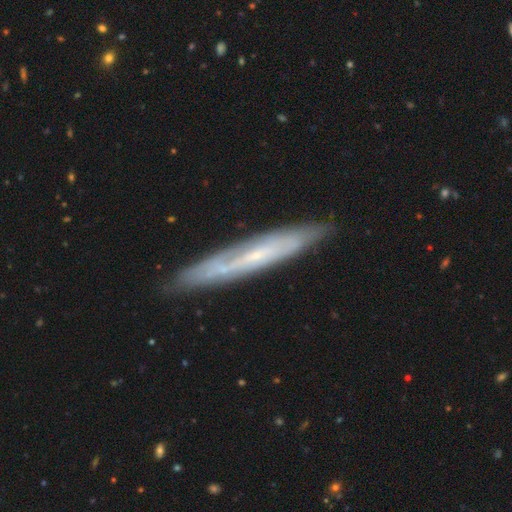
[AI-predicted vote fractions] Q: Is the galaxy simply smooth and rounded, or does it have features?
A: featured or disk — 69%.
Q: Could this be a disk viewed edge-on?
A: yes — 67%.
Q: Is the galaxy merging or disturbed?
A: none — 83%.